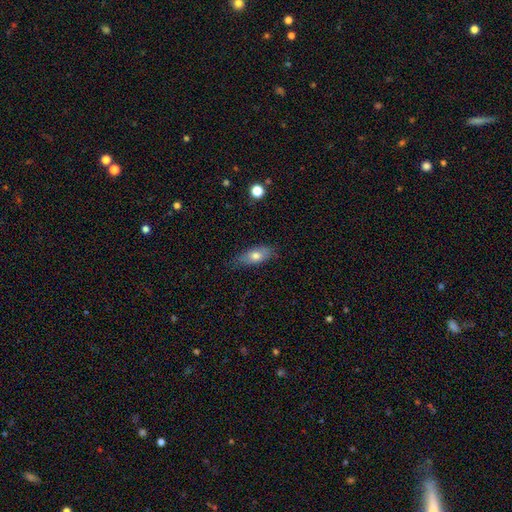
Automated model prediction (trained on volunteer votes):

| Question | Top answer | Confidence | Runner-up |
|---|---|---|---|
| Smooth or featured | smooth | 72% | featured or disk (21%) |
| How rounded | in between | 79% | cigar-shaped (16%) |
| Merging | none | 75% | minor disturbance (20%) |